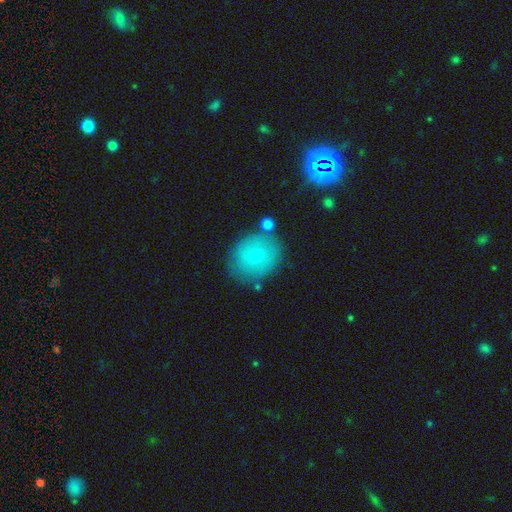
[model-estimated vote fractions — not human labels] The model was most divided on "smooth or featured": smooth: 69%, featured or disk: 20%, star or artifact: 11%. More confident: how rounded — round (80%); merging — none (75%).